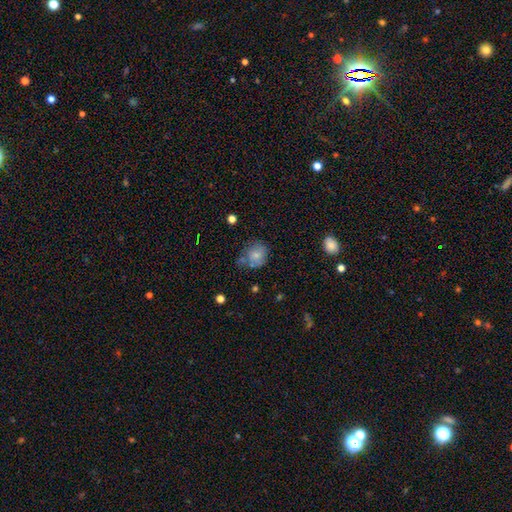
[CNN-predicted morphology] The model was most divided on "merging": none: 52%, minor disturbance: 26%, merger: 12%, major disturbance: 10%. More confident: smooth or featured — smooth (74%); how rounded — round (68%).